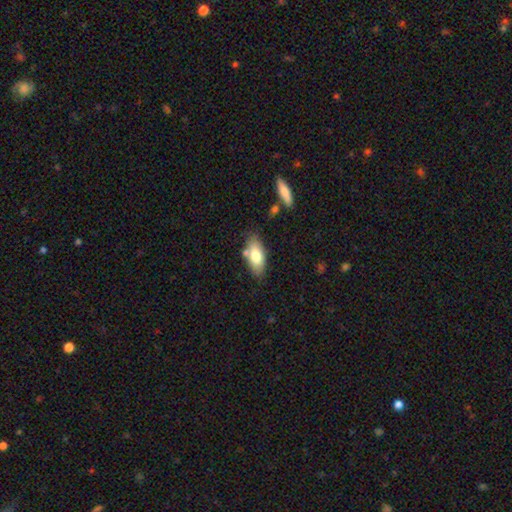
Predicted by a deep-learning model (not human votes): Smooth or featured: smooth — 74% (featured or disk — 19%)
How rounded: in between — 86% (cigar-shaped — 11%)
Merging: none — 71% (minor disturbance — 16%)